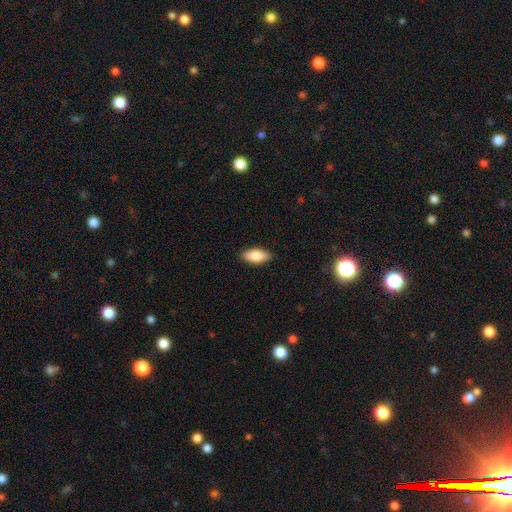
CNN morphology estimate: Smooth or featured? smooth (84%)
How rounded? in between (88%)
Merging? none (89%)